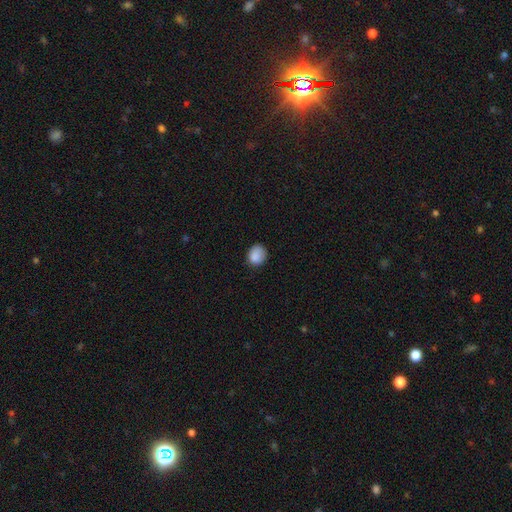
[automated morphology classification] Overall: smooth (87%). How rounded: round (68%; in between 31%). Merging: none (73%).